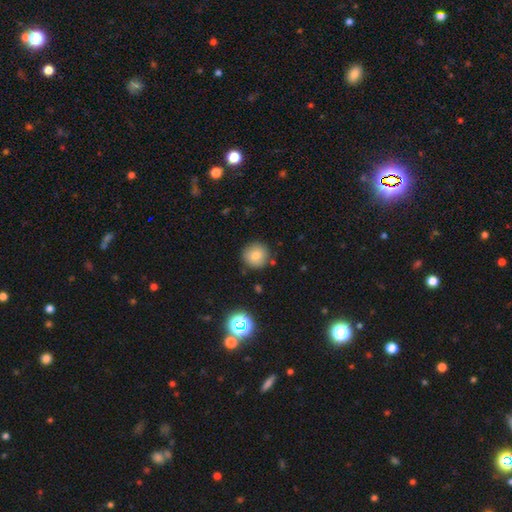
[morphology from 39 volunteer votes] Q: Smooth or featured?
A: smooth (87%); runner-up: star or artifact (10%)
Q: How rounded?
A: round (97%); runner-up: cigar-shaped (3%)
Q: Merging?
A: none (91%); runner-up: minor disturbance (6%)